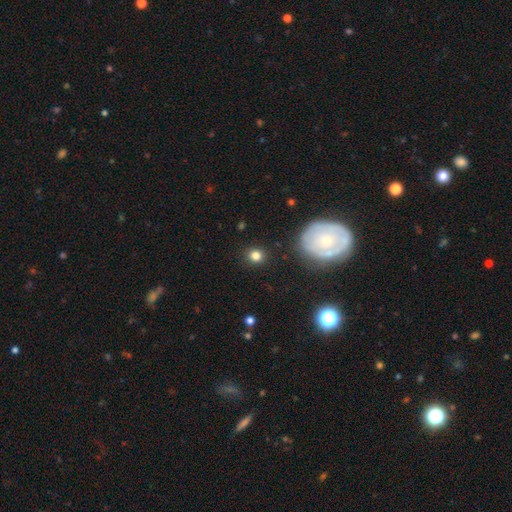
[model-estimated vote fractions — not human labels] Smooth or featured: smooth — 81% (star or artifact — 12%)
How rounded: round — 84% (in between — 15%)
Merging: none — 88% (minor disturbance — 8%)